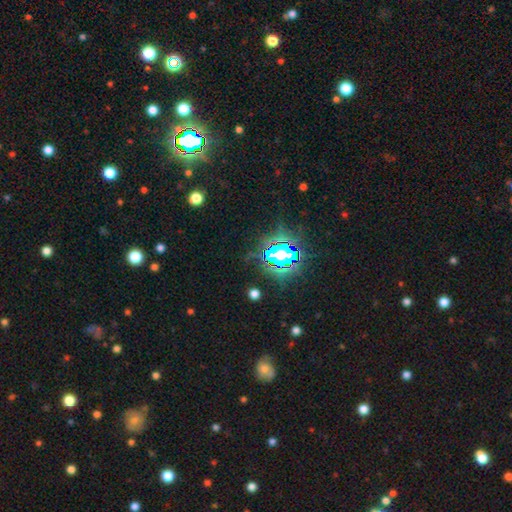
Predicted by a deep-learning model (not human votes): Overall: star or artifact (81%).